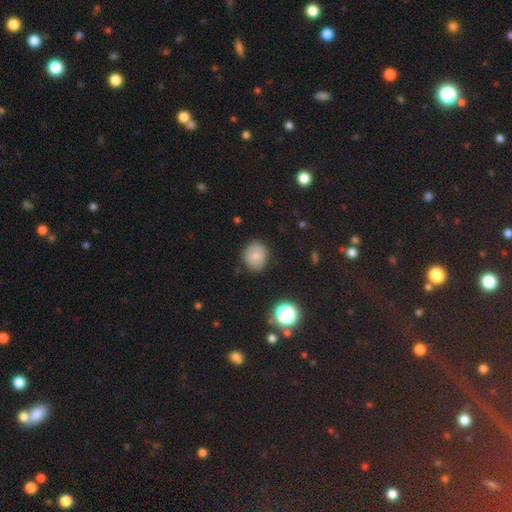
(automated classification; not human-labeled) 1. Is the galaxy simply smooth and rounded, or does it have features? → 75% smooth, 13% featured or disk, 12% star or artifact.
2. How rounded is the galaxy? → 73% round, 26% in between, 1% cigar-shaped.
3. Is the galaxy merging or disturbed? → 80% none, 15% minor disturbance, 3% major disturbance, 2% merger.